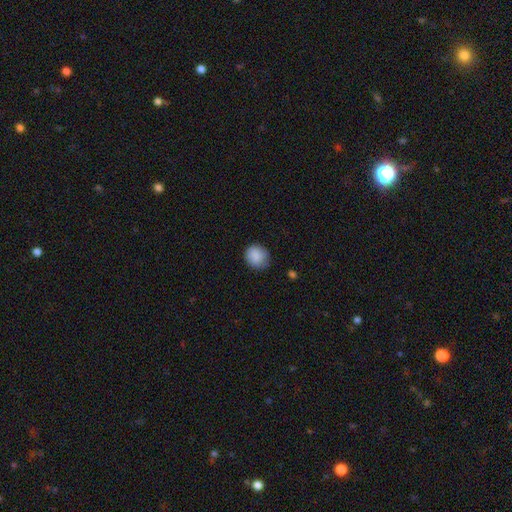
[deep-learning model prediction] smooth_or_featured: smooth (p=0.86) [alt: star or artifact p=0.08]
how_rounded: round (p=0.81) [alt: in between p=0.18]
merging: none (p=0.72) [alt: minor disturbance p=0.22]